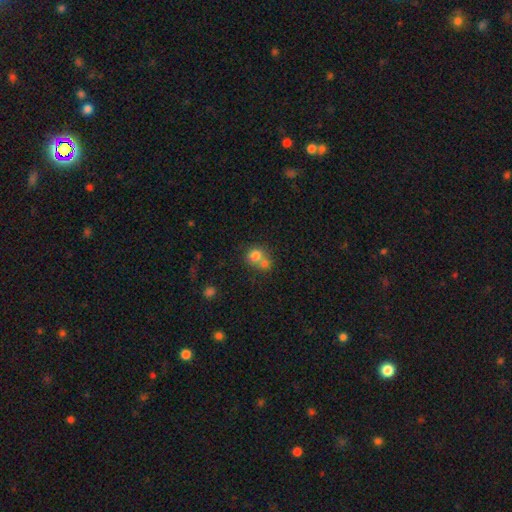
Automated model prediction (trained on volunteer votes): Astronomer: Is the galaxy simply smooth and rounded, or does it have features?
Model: smooth — 77%.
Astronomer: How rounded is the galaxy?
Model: round — 79%.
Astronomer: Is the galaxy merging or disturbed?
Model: merger — 54% (runner-up: none, 35%).